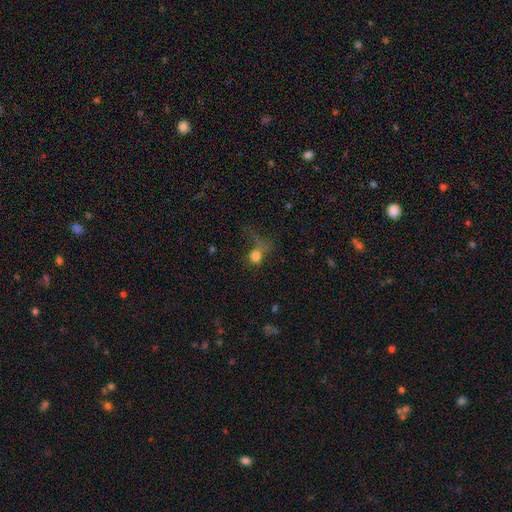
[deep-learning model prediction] This is likely a smooth galaxy (72%). How rounded: possibly round (59%). Merging: marginally major disturbance (44%).